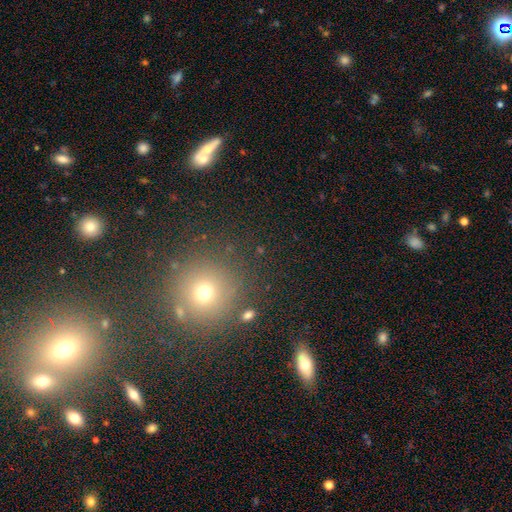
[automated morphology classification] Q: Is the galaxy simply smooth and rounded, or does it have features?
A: smooth — 50%.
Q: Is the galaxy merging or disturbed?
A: none — 84%.